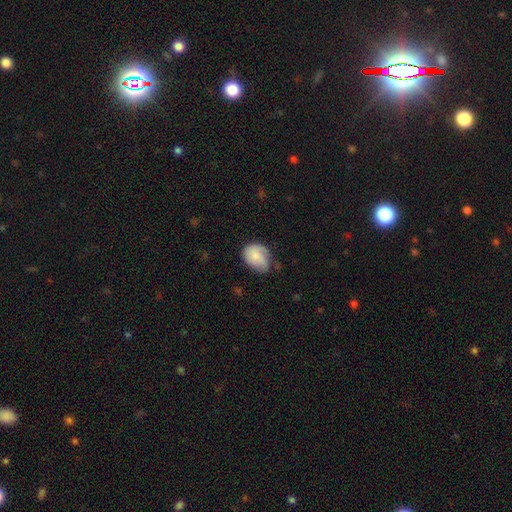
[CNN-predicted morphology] The model was most divided on "merging": none: 50%, minor disturbance: 36%, major disturbance: 12%, merger: 2%. More confident: smooth or featured — smooth (65%); how rounded — in between (60%).